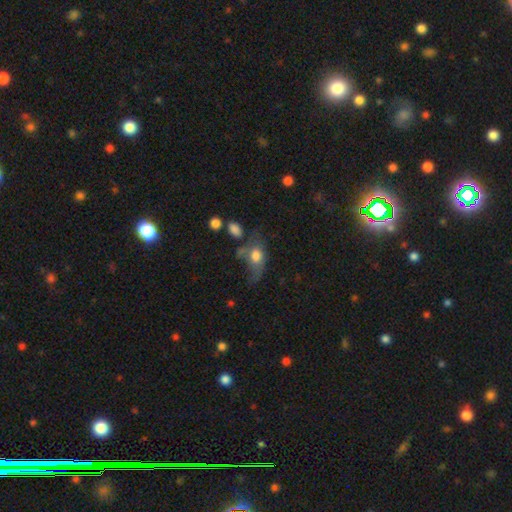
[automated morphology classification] The model was most divided on "merging": major disturbance: 35%, none: 26%, minor disturbance: 24%, merger: 15%. More confident: how rounded — in between (81%); smooth or featured — smooth (63%).